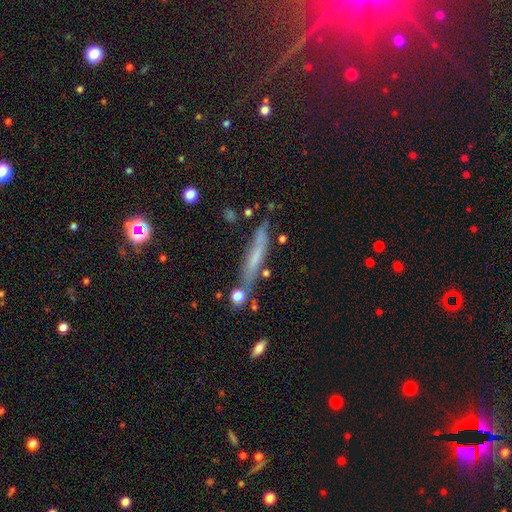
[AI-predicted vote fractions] smooth_or_featured: smooth (p=0.45) [alt: featured or disk p=0.40]
merging: none (p=0.74) [alt: minor disturbance p=0.17]